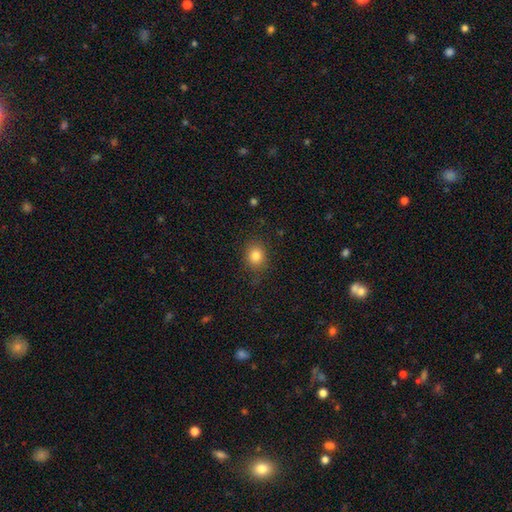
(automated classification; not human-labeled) Smooth or featured?
  - smooth: 83% *
  - star or artifact: 11%
  - featured or disk: 6%
How rounded?
  - round: 71% *
  - in between: 28%
  - cigar-shaped: 1%
Merging?
  - none: 84% *
  - minor disturbance: 11%
  - major disturbance: 4%
  - merger: 1%